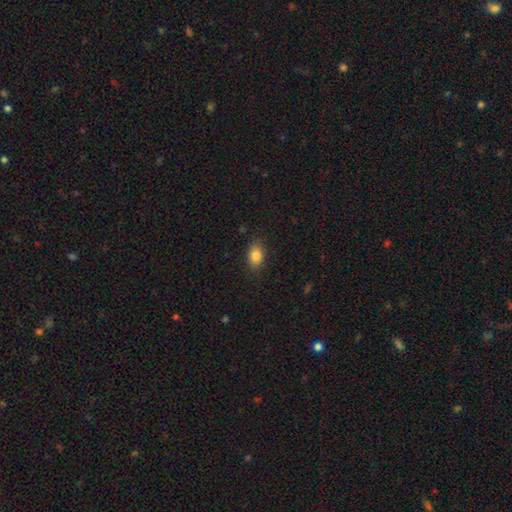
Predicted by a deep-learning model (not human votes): Morphology: type=smooth (84%); roundness=in between (83%); merging=none (86%).